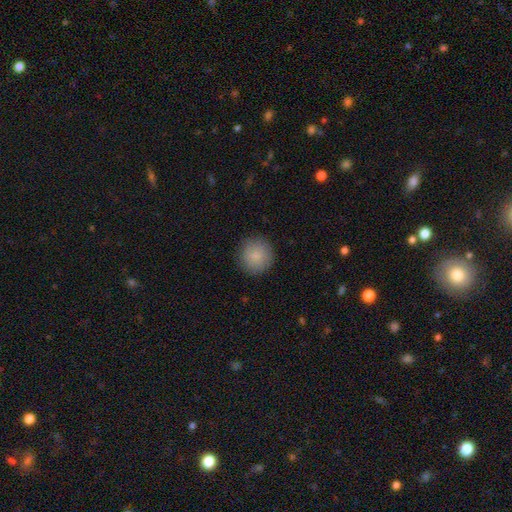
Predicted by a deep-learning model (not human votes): A smooth galaxy with no disk features (87%) that is round (95%). Merging: none (89%).